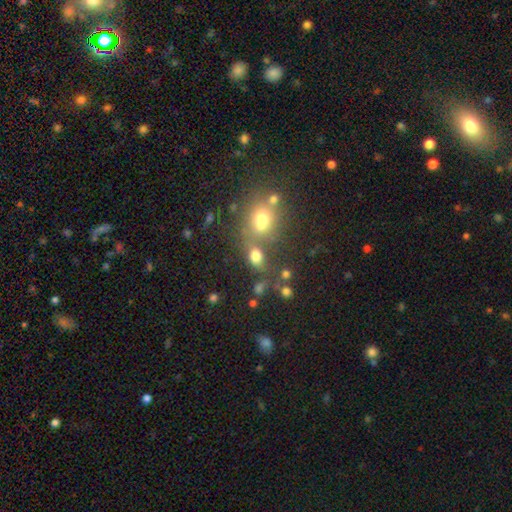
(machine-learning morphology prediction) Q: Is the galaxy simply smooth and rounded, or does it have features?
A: smooth — 72%.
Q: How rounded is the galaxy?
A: in between — 61%.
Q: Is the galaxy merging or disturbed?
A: none — 47%.